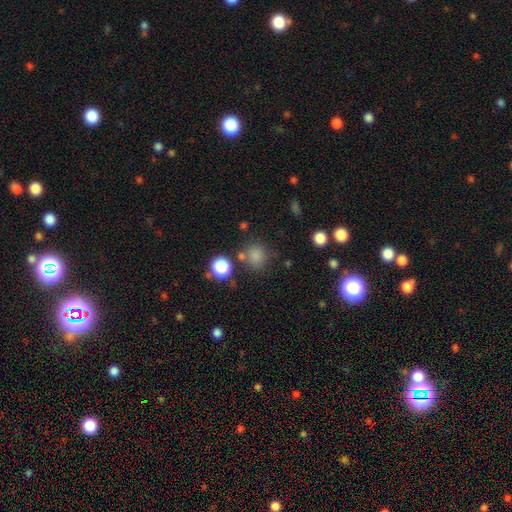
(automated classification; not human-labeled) Morphology: type=smooth (78%); roundness=round (83%); merging=none (72%).